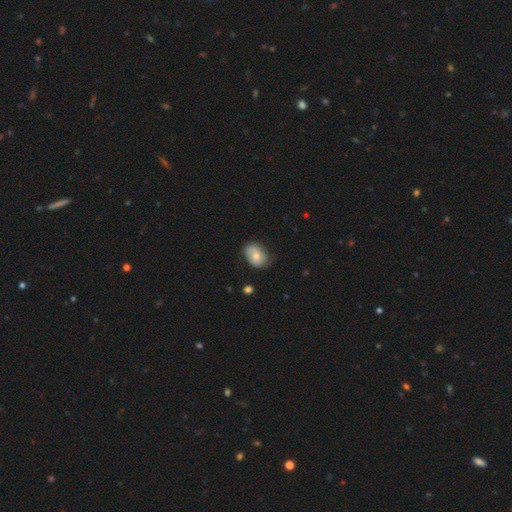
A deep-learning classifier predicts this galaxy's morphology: smooth-or-featured: smooth: 58% | featured or disk: 35% | star or artifact: 7%
  how-rounded: in between: 77% | round: 22% | cigar-shaped: 1%
  merging: none: 70% | minor disturbance: 24% | major disturbance: 5% | merger: 1%